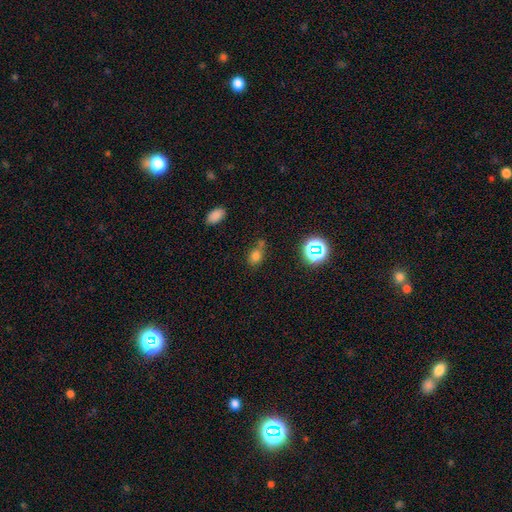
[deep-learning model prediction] smooth_or_featured: smooth (p=0.72) [alt: star or artifact p=0.20]
how_rounded: in between (p=0.63) [alt: round p=0.35]
merging: none (p=0.51) [alt: merger p=0.24]